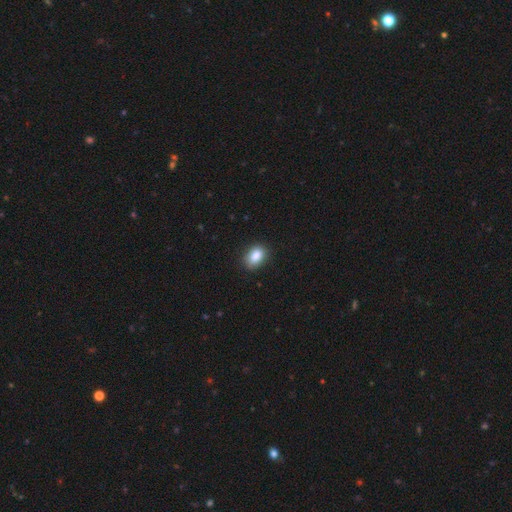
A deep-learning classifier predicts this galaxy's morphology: Overall: smooth (87%). How rounded: in between (82%). Merging: none (85%).